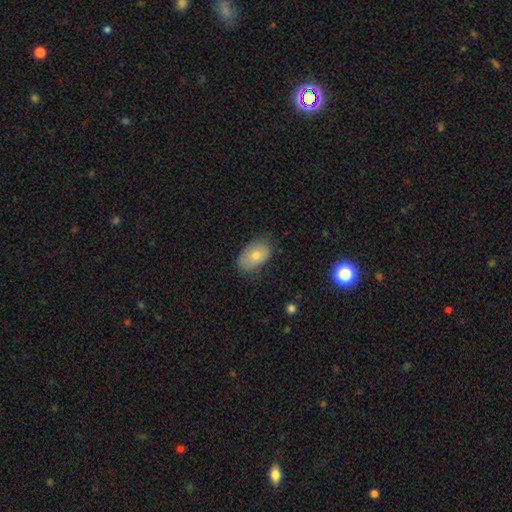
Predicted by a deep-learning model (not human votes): smooth-or-featured: smooth: 75% | featured or disk: 18% | star or artifact: 7%
  how-rounded: in between: 91% | round: 8% | cigar-shaped: 1%
  merging: none: 66% | minor disturbance: 26% | major disturbance: 7% | merger: 1%